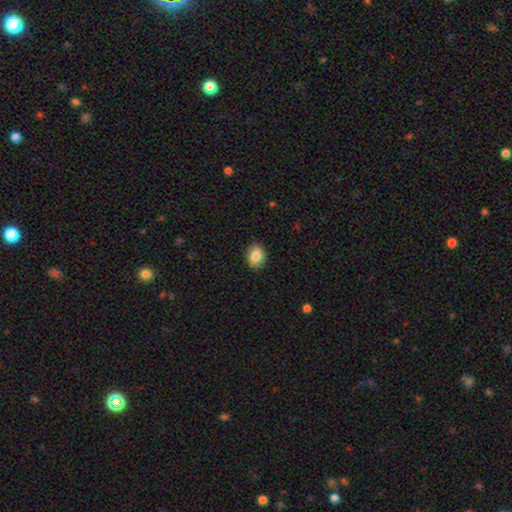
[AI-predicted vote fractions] Smooth or featured: smooth — 83% (featured or disk — 9%)
How rounded: in between — 62% (round — 37%)
Merging: none — 87% (minor disturbance — 9%)